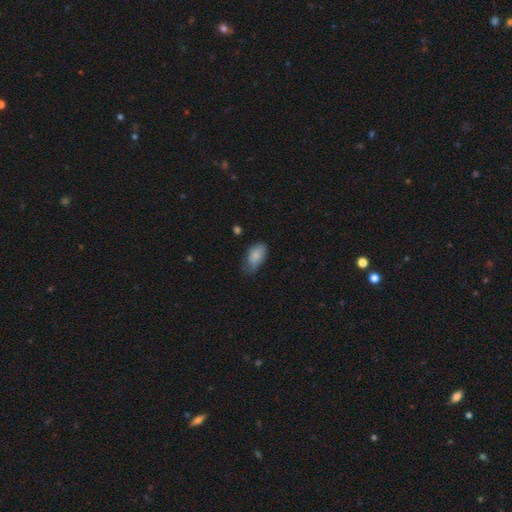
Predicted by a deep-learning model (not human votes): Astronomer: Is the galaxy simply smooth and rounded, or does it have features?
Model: smooth — 83%.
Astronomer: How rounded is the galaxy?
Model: in between — 93%.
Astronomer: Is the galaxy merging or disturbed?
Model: none — 52% (runner-up: minor disturbance, 38%).